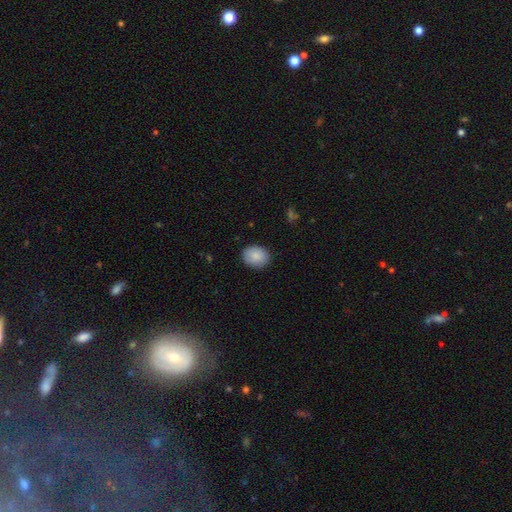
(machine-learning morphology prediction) This appears to be a smooth galaxy with no disk features (87%) that is round (50%). Merging: none (87%).